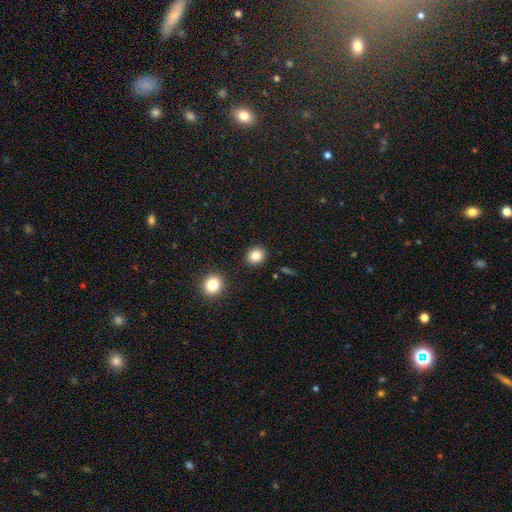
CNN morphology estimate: The model was most divided on "how rounded": round: 78%, in between: 22%, cigar-shaped: 1%. More confident: merging — none (89%); smooth or featured — smooth (84%).